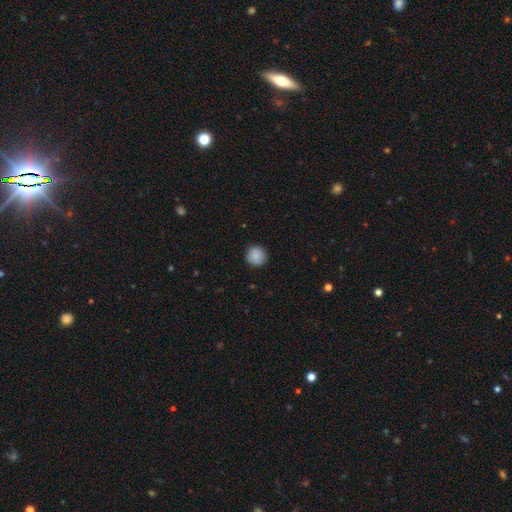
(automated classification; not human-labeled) smooth 86%, star or artifact 7%, featured or disk 7%. Down the decision tree: how rounded — round (94%); merging — none (88%).